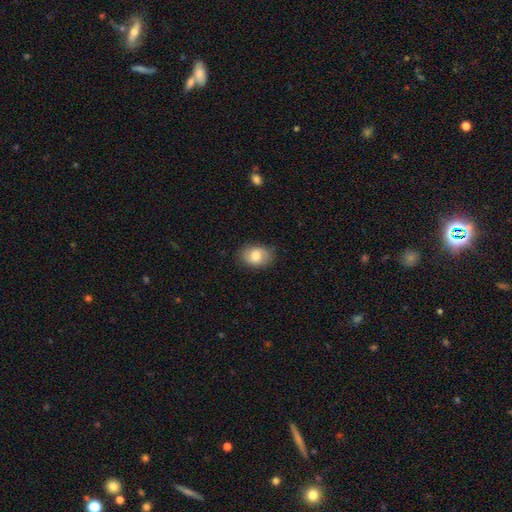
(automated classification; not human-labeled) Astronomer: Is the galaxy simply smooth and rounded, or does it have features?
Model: smooth — 77%.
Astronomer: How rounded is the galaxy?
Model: in between — 74%.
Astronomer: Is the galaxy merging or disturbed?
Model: none — 83%.